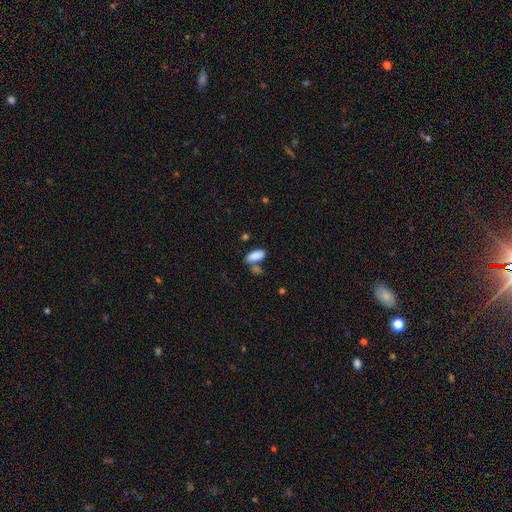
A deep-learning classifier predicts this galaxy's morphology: Overall: smooth (87%). How rounded: in between (90%). Merging: none (55%; merger 28%).